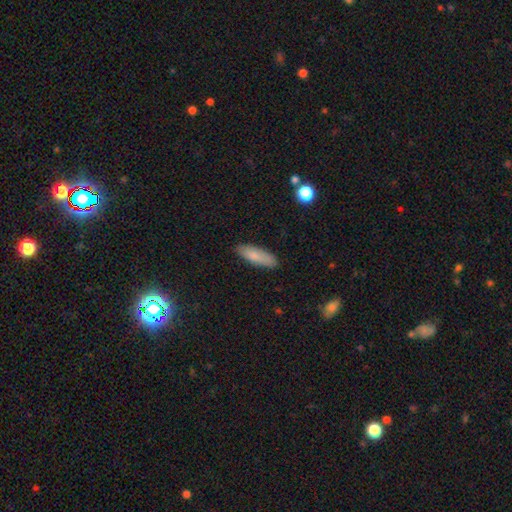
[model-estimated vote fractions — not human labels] This is clearly a smooth galaxy (83%). How rounded: possibly cigar-shaped (51%). Merging: clearly none (87%).